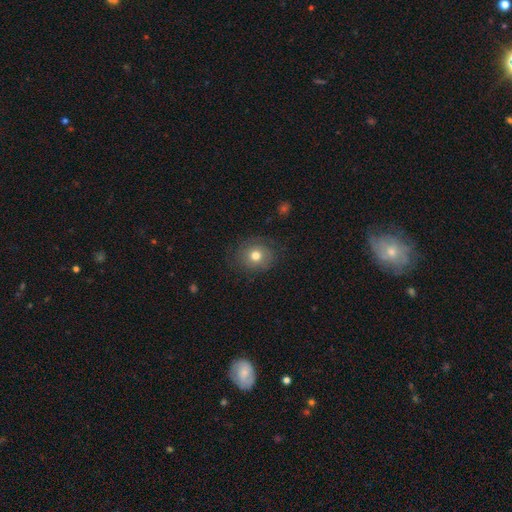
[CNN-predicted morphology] Q: Smooth or featured?
A: smooth (71%); runner-up: featured or disk (17%)
Q: How rounded?
A: round (81%); runner-up: in between (18%)
Q: Merging?
A: none (79%); runner-up: minor disturbance (14%)